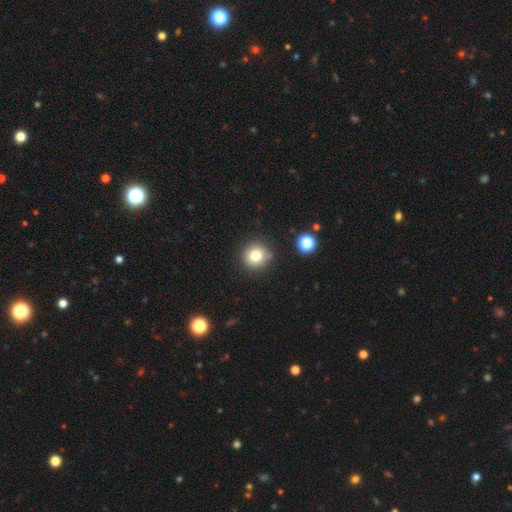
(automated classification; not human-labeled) A smooth galaxy with no disk features (79%) that is round (92%).

Vote fractions:
- Smooth or featured? smooth: 79% / star or artifact: 13% / featured or disk: 8%
- How rounded? round: 92% / in between: 7% / cigar-shaped: 1%
- Merging? none: 84% / minor disturbance: 9% / merger: 4% / major disturbance: 3%